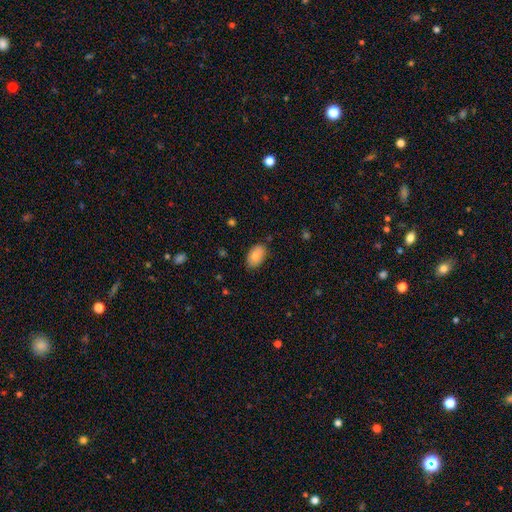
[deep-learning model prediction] Q: Smooth or featured?
A: smooth (81%); runner-up: featured or disk (12%)
Q: How rounded?
A: in between (92%); runner-up: round (6%)
Q: Merging?
A: none (82%); runner-up: minor disturbance (14%)